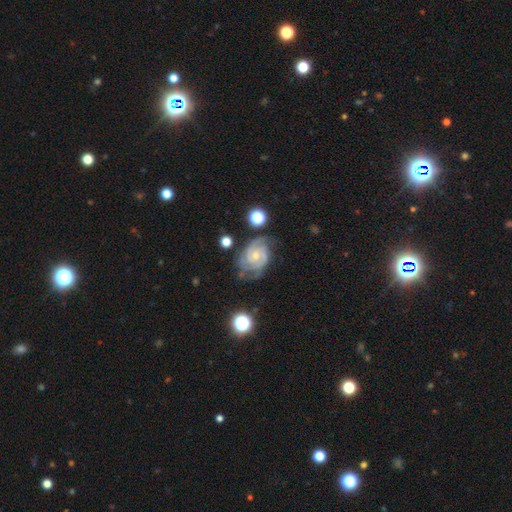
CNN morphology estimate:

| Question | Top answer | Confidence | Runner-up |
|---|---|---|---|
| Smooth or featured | featured or disk | 88% | smooth (6%) |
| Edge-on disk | no | 98% | yes (2%) |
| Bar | no | 69% | weak (26%) |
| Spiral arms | yes | 98% | no (2%) |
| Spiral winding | tight | 63% | medium (32%) |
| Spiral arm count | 2 | 39% | 3 (32%) |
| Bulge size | small | 63% | moderate (32%) |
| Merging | none | 61% | minor disturbance (24%) |